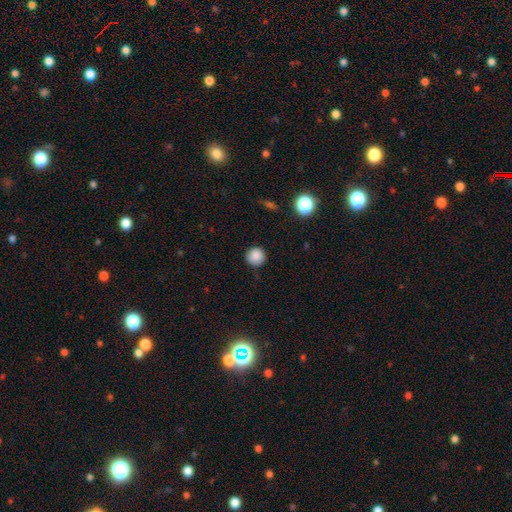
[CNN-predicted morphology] Q: Smooth or featured?
A: smooth (86%); runner-up: star or artifact (10%)
Q: How rounded?
A: round (94%); runner-up: in between (5%)
Q: Merging?
A: none (88%); runner-up: minor disturbance (8%)